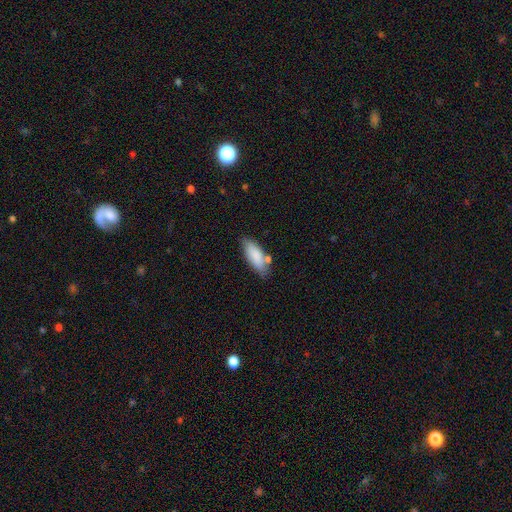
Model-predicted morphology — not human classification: A smooth galaxy with no disk features (84%) that is in between round and cigar-shaped (76%). Merging: none (66%).